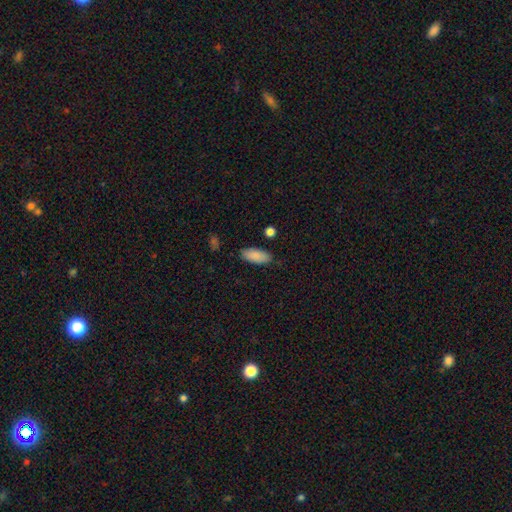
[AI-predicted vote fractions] smooth_or_featured: smooth (p=0.89) [alt: star or artifact p=0.07]
how_rounded: in between (p=0.85) [alt: cigar-shaped p=0.13]
merging: none (p=0.85) [alt: minor disturbance p=0.11]